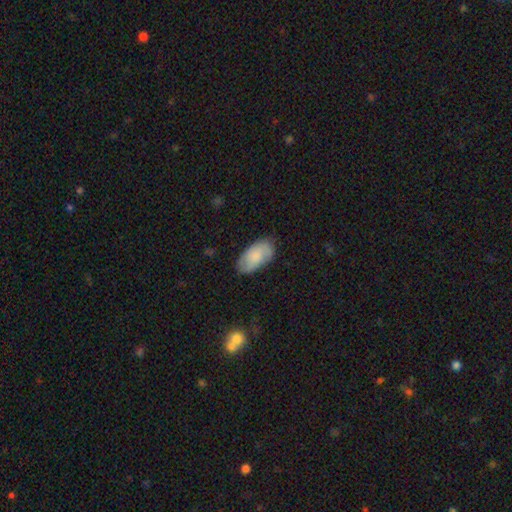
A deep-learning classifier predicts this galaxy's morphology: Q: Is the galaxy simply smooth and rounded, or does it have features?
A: smooth — 74%.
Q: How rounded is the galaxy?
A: in between — 95%.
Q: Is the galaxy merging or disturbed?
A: none — 72%.